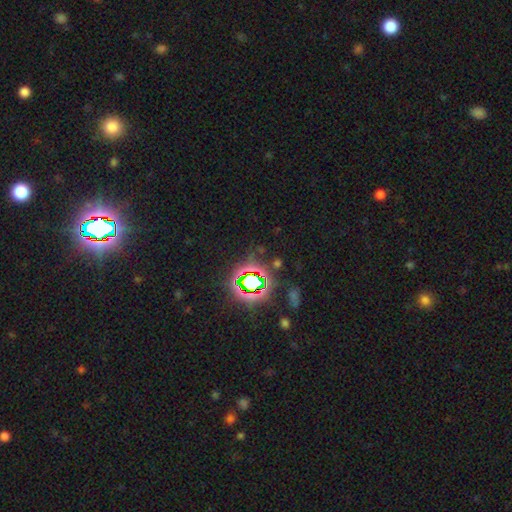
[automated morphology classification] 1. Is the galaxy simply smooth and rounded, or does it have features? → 79% star or artifact, 13% smooth, 9% featured or disk.